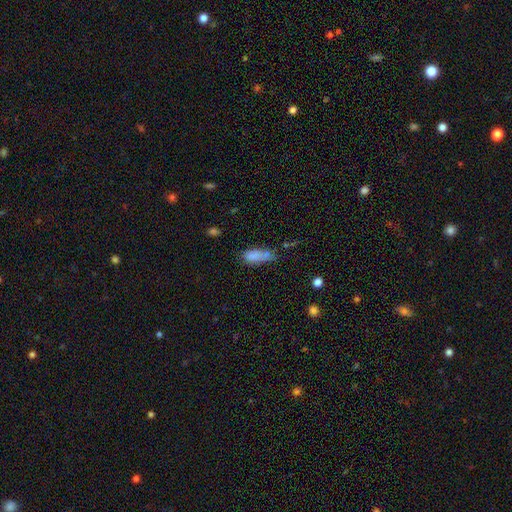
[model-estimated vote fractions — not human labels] smooth 78%, featured or disk 11%, star or artifact 10%. Down the decision tree: how rounded — in between (76%); merging — none (39%).